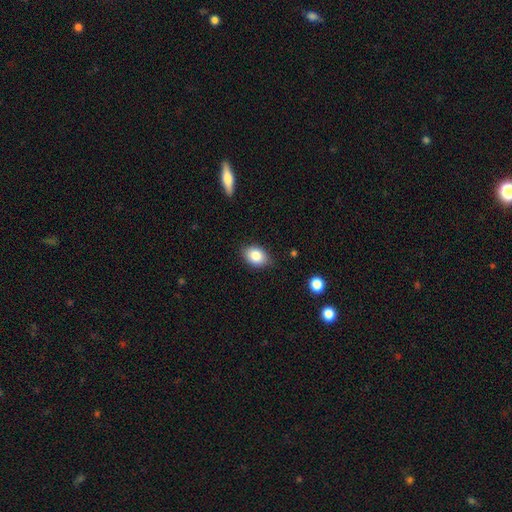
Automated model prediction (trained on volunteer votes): Smooth or featured: smooth — 85% (star or artifact — 8%)
How rounded: in between — 82% (round — 17%)
Merging: none — 82% (minor disturbance — 14%)